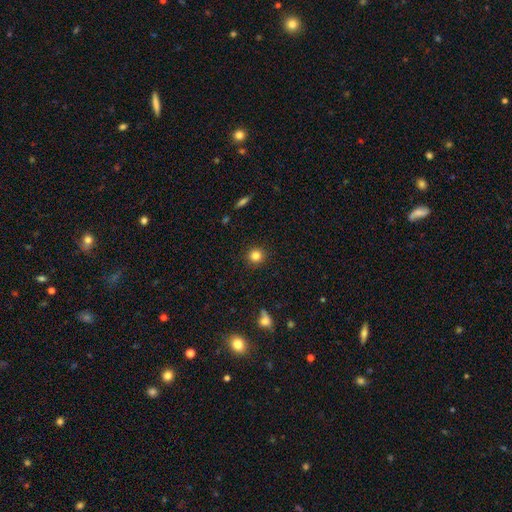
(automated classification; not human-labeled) Smooth or featured? Predicted: smooth (p=0.84). How rounded? Predicted: round (p=0.92). Merging? Predicted: none (p=0.92).